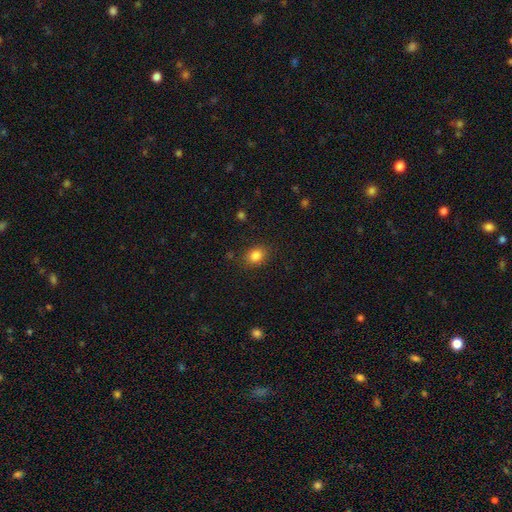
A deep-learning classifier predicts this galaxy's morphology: Overall: smooth (84%). How rounded: in between (53%; round 46%). Merging: none (86%).